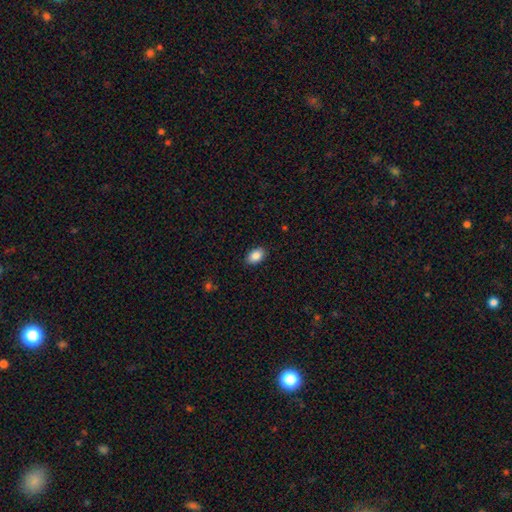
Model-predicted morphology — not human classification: Smooth or featured?
  - smooth: 88% *
  - star or artifact: 7%
  - featured or disk: 5%
How rounded?
  - in between: 89% *
  - round: 10%
  - cigar-shaped: 1%
Merging?
  - none: 89% *
  - minor disturbance: 8%
  - major disturbance: 2%
  - merger: 1%